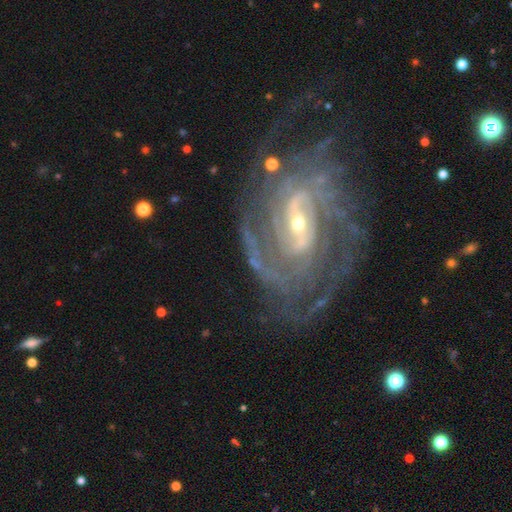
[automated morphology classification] The model was most divided on "spiral arm count": 2: 31%, can't tell: 23%, 3: 17%, 4: 13%, more than 4: 9%, 1: 7%. Remaining: spiral arms — yes (97%); edge-on disk — no (97%); smooth or featured — featured or disk (90%); bulge size — small (68%); merging — none (65%); spiral winding — tight (54%); bar — weak (45%).